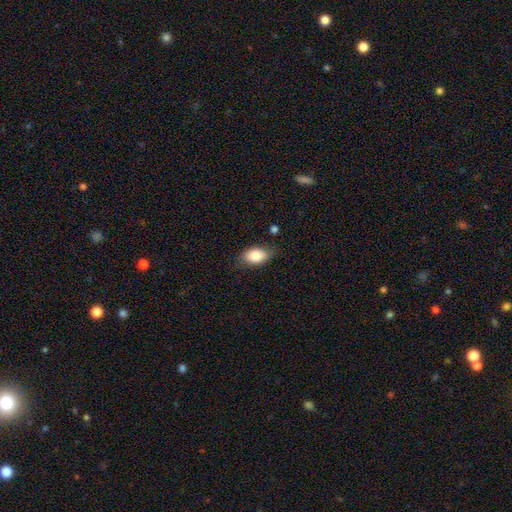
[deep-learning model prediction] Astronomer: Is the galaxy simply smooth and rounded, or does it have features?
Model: smooth — 85%.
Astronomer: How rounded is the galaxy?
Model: in between — 89%.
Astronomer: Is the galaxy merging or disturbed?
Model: none — 75%.